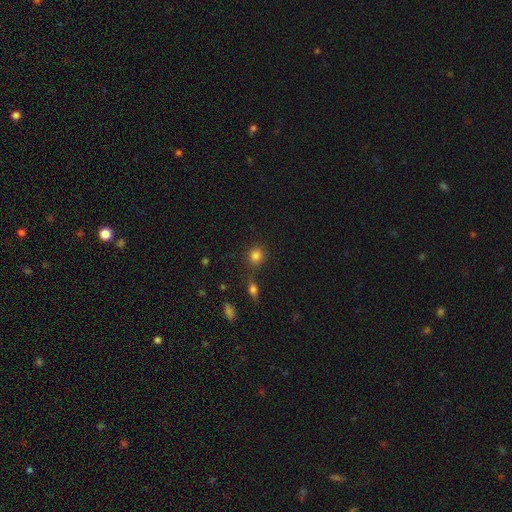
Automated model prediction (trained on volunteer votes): Morphology: type=smooth (82%); roundness=round (80%); merging=none (75%).